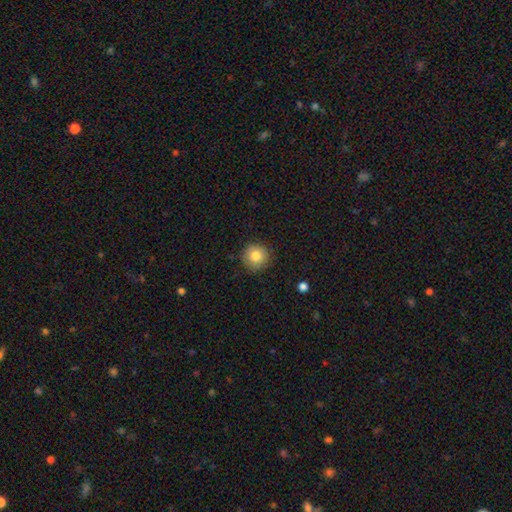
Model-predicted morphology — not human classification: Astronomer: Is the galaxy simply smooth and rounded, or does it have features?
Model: smooth — 81%.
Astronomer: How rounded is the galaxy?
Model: round — 94%.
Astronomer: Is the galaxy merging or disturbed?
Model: none — 86%.